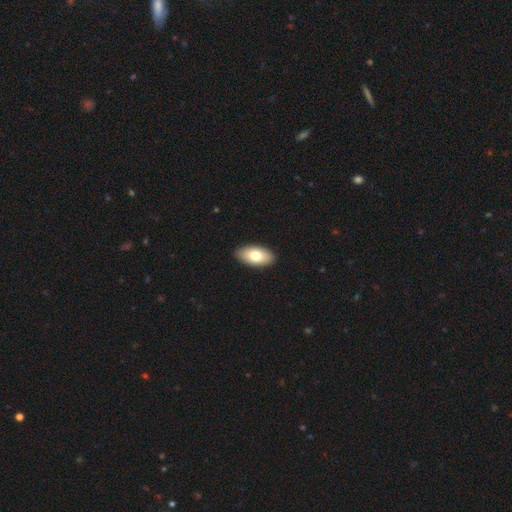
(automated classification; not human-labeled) smooth 77%, featured or disk 17%, star or artifact 6%. Down the decision tree: how rounded — in between (94%); merging — none (90%).